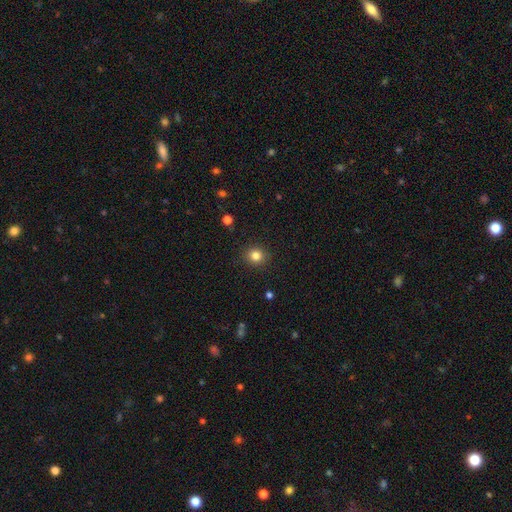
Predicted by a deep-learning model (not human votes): Smooth or featured?
  - smooth: 83% *
  - star or artifact: 12%
  - featured or disk: 5%
How rounded?
  - round: 86% *
  - in between: 13%
  - cigar-shaped: 1%
Merging?
  - none: 91% *
  - minor disturbance: 6%
  - major disturbance: 2%
  - merger: 1%